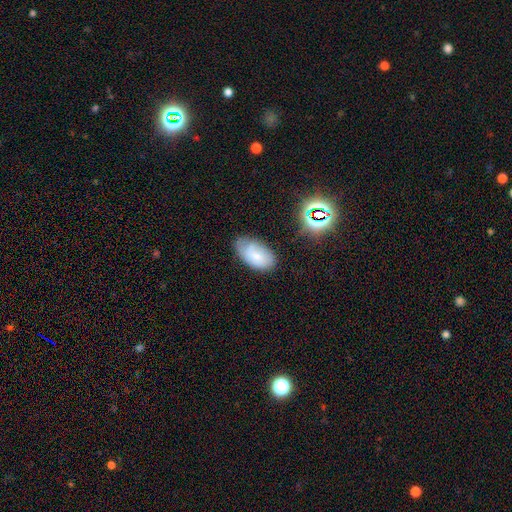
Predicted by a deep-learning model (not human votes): smooth 67%, featured or disk 23%, star or artifact 10%. Down the decision tree: how rounded — in between (94%); merging — none (62%).